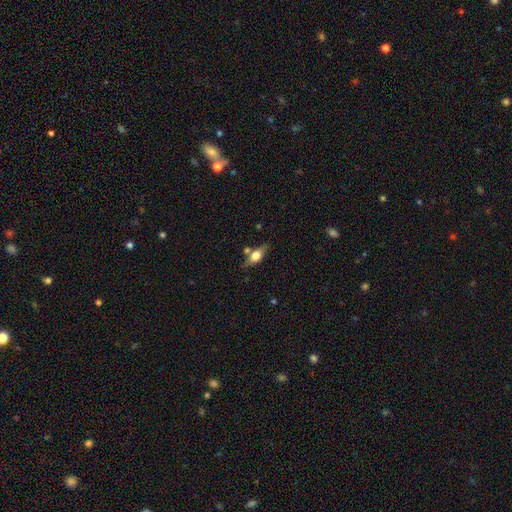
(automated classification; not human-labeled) Smooth or featured: smooth — 50% (featured or disk — 42%)
Merging: none — 66% (minor disturbance — 18%)